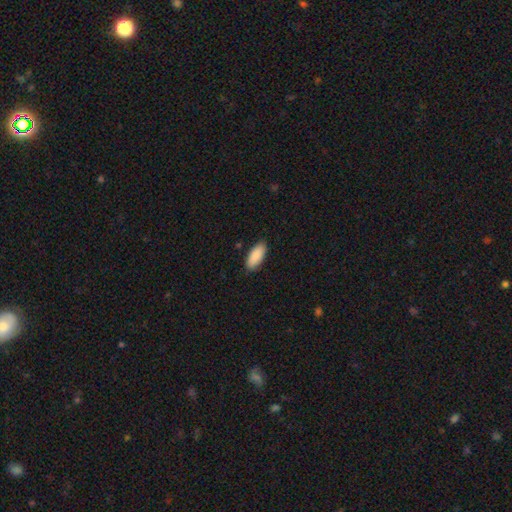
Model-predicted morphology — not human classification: Smooth or featured? smooth (90%)
How rounded? in between (85%)
Merging? none (88%)